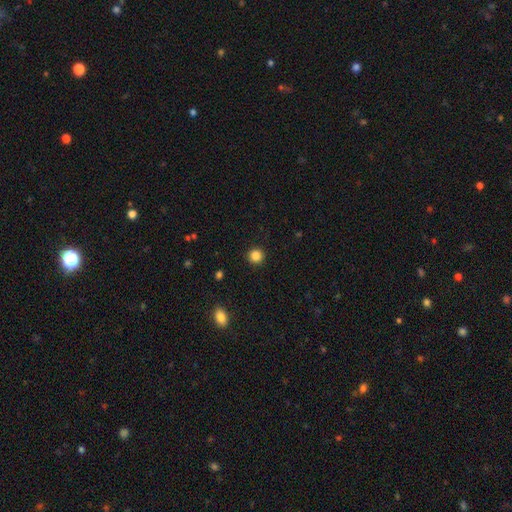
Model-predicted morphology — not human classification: smooth-or-featured: smooth: 85% | star or artifact: 12% | featured or disk: 4%
  how-rounded: round: 94% | in between: 5% | cigar-shaped: 1%
  merging: none: 92% | minor disturbance: 5% | major disturbance: 2% | merger: 1%